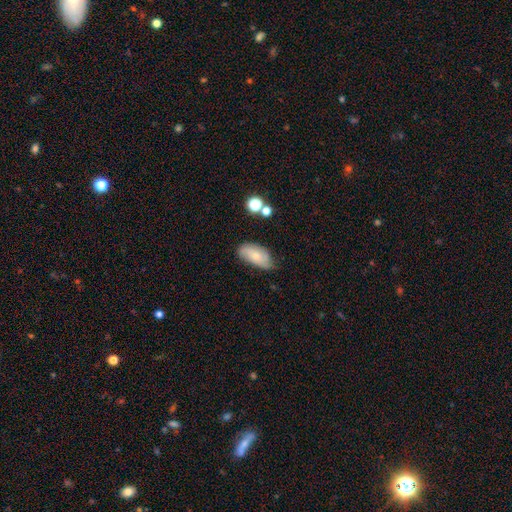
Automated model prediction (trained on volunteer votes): Smooth or featured? Predicted: smooth (p=0.61). How rounded? Predicted: in between (p=0.91). Merging? Predicted: none (p=0.59).